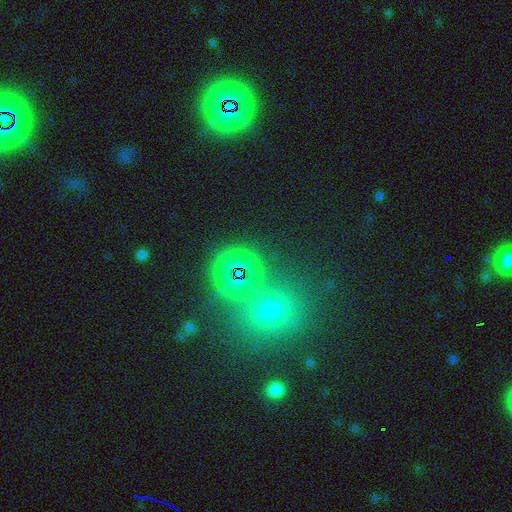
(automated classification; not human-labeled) A star or artifact, not a galaxy (61%).